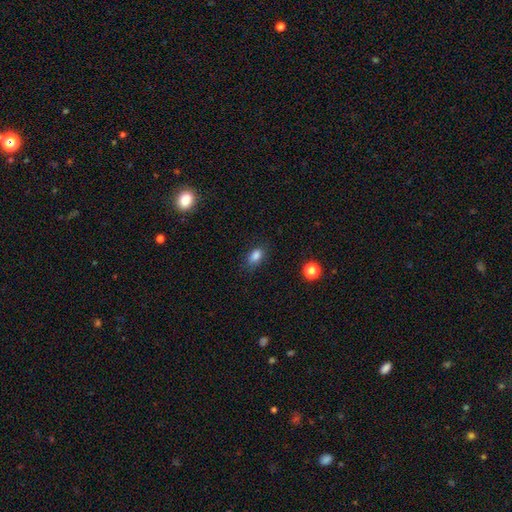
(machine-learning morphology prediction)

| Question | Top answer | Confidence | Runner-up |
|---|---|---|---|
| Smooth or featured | smooth | 84% | star or artifact (10%) |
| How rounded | in between | 85% | round (11%) |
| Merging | none | 78% | minor disturbance (16%) |